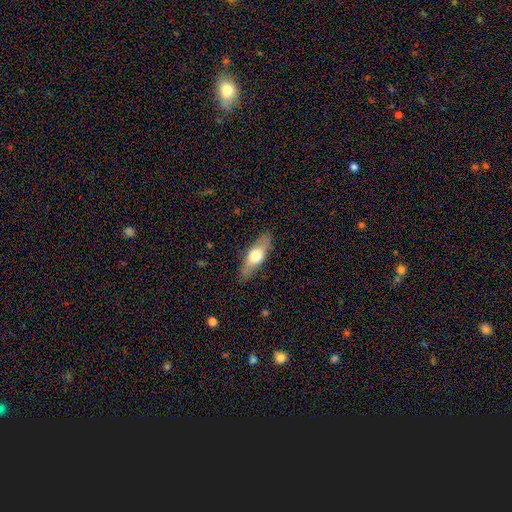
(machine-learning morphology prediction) Smooth or featured: smooth — 57% (featured or disk — 37%)
How rounded: in between — 57% (cigar-shaped — 39%)
Merging: none — 85% (minor disturbance — 12%)